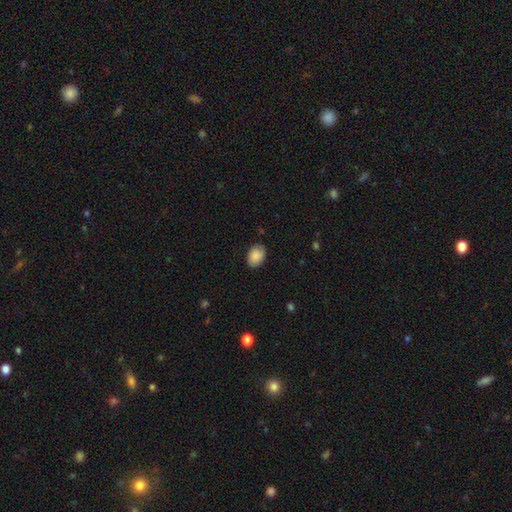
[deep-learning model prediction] Overall: smooth (88%). How rounded: in between (81%). Merging: none (85%).